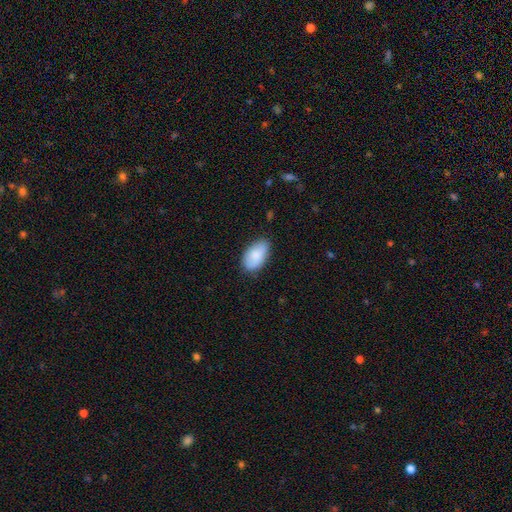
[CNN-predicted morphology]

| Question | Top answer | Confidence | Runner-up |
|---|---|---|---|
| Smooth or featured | smooth | 85% | featured or disk (9%) |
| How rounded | in between | 94% | round (4%) |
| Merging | none | 75% | minor disturbance (20%) |